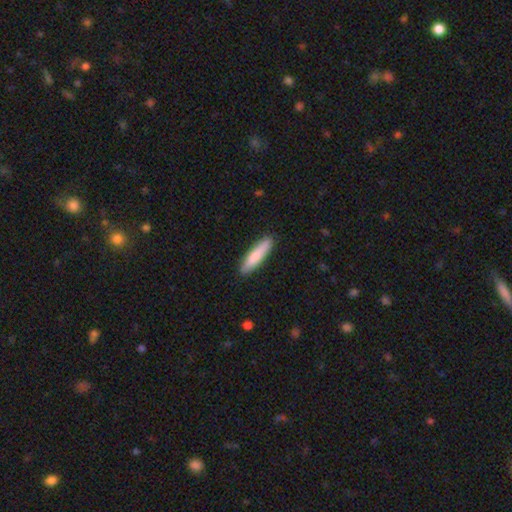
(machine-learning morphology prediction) smooth 81%, featured or disk 15%, star or artifact 5%. Down the decision tree: how rounded — cigar-shaped (82%); merging — none (89%).